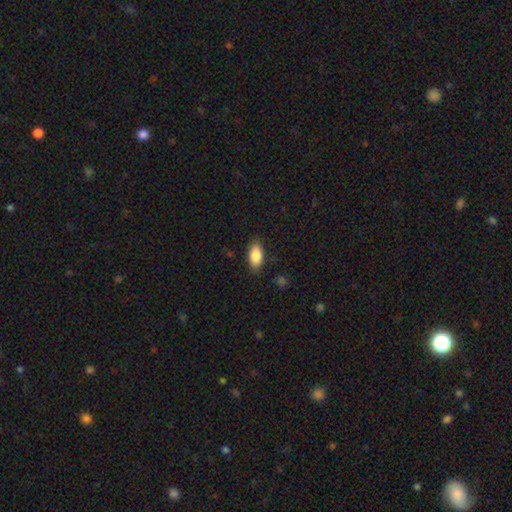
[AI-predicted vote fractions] smooth 87%, star or artifact 7%, featured or disk 6%. Down the decision tree: how rounded — in between (90%); merging — none (85%).